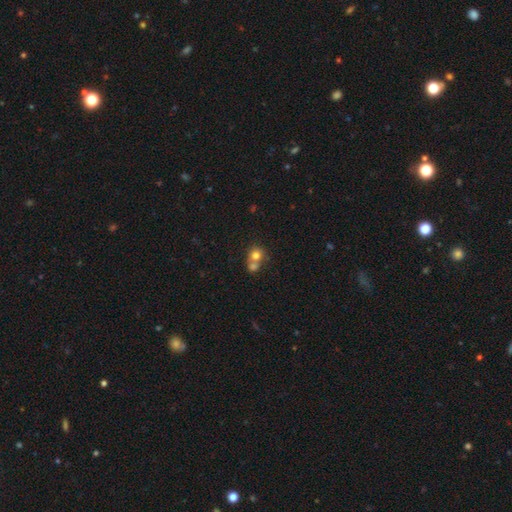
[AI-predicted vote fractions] Smooth or featured: smooth — 75% (featured or disk — 13%)
How rounded: round — 78% (in between — 21%)
Merging: merger — 57% (none — 34%)